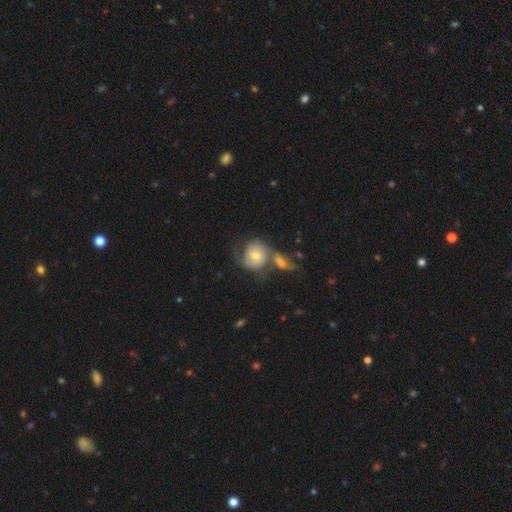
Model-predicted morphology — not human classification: Smooth or featured?
  - featured or disk: 67% *
  - smooth: 26%
  - star or artifact: 7%
Edge-on disk?
  - no: 97% *
  - yes: 3%
Bar?
  - no: 66% *
  - weak: 28%
  - strong: 6%
Spiral arms?
  - yes: 90% *
  - no: 10%
Spiral winding?
  - medium: 43% *
  - tight: 37%
  - loose: 20%
Spiral arm count?
  - 2: 73% *
  - can't tell: 13%
  - 1: 9%
  - 3: 4%
  - 4: 1%
  - more than 4: 1%
Bulge size?
  - moderate: 61% *
  - small: 29%
  - large: 6%
  - none: 2%
  - dominant: 1%
Merging?
  - merger: 45% *
  - none: 32%
  - minor disturbance: 13%
  - major disturbance: 11%